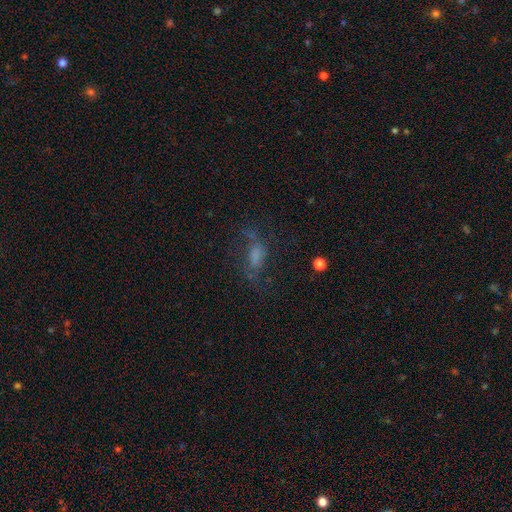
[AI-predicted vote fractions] A smooth galaxy with no disk features (44%).

Vote fractions:
- Smooth or featured? smooth: 44% / featured or disk: 36% / star or artifact: 20%
- Merging? none: 45% / major disturbance: 32% / minor disturbance: 20% / merger: 4%